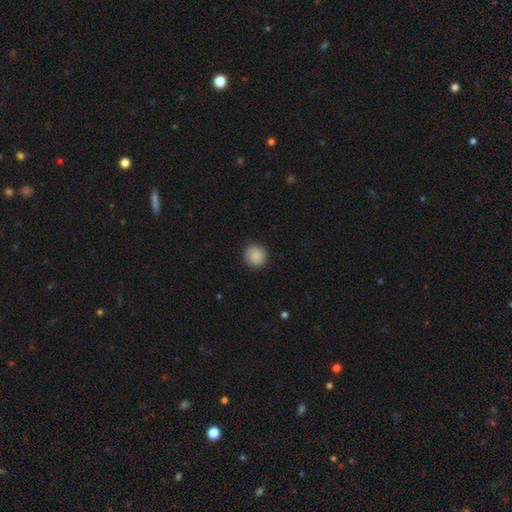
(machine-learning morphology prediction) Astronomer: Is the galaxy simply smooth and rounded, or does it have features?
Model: smooth — 85%.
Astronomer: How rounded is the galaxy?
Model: round — 93%.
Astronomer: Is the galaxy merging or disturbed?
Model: none — 88%.